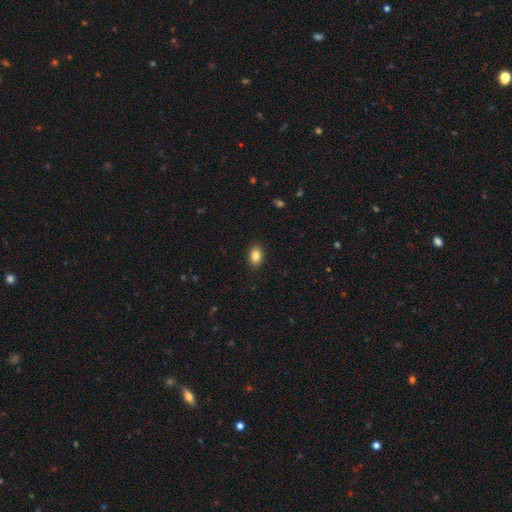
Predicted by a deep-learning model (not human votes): Smooth or featured?
  - smooth: 85% *
  - star or artifact: 9%
  - featured or disk: 6%
How rounded?
  - in between: 84% *
  - round: 15%
  - cigar-shaped: 1%
Merging?
  - none: 89% *
  - minor disturbance: 8%
  - major disturbance: 2%
  - merger: 1%